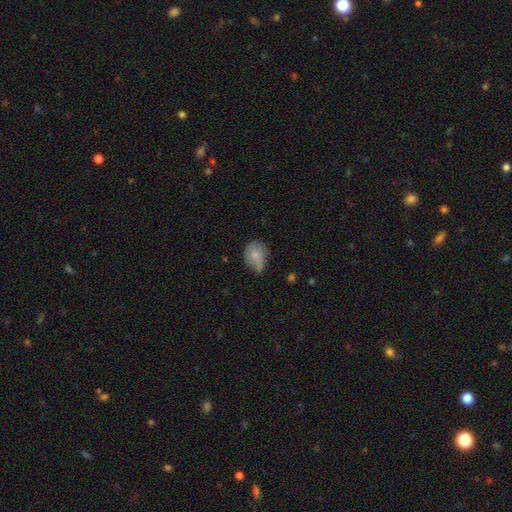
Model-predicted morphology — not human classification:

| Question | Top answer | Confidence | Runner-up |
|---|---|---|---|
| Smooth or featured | smooth | 74% | featured or disk (18%) |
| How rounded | in between | 60% | round (39%) |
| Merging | minor disturbance | 42% | none (37%) |